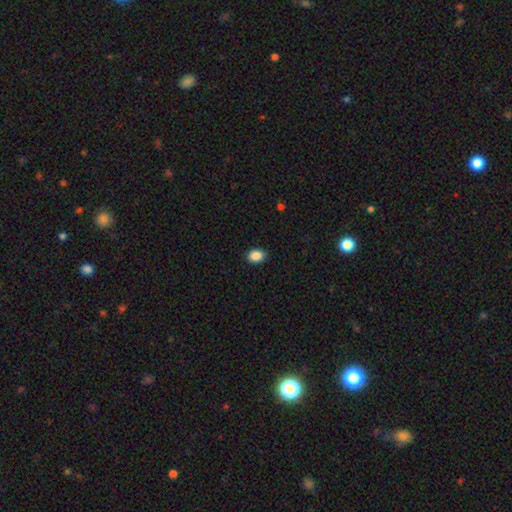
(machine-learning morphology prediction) This appears to be a smooth galaxy with no disk features (89%) that is in between round and cigar-shaped (75%). Merging: none (90%).